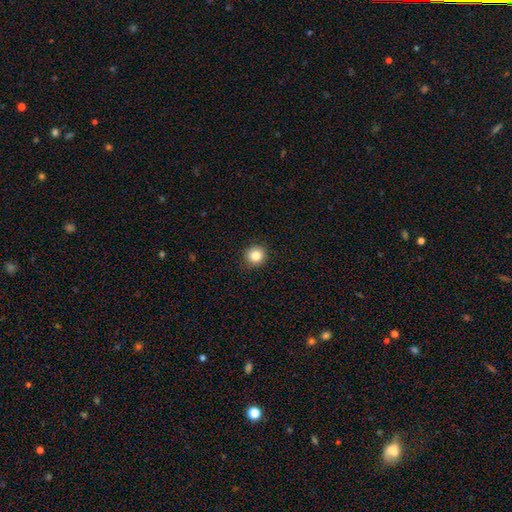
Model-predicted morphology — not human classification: Smooth or featured?
  - smooth: 85% *
  - star or artifact: 10%
  - featured or disk: 5%
How rounded?
  - round: 91% *
  - in between: 8%
  - cigar-shaped: 1%
Merging?
  - none: 91% *
  - minor disturbance: 6%
  - major disturbance: 2%
  - merger: 1%